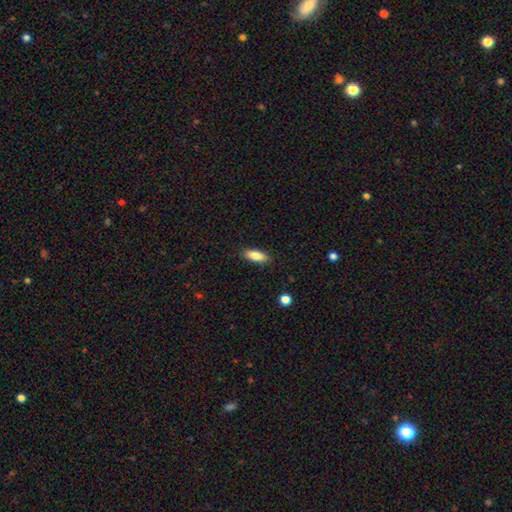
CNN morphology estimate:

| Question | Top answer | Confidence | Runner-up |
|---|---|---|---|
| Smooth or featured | smooth | 83% | featured or disk (10%) |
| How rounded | in between | 75% | cigar-shaped (22%) |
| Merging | none | 88% | minor disturbance (9%) |